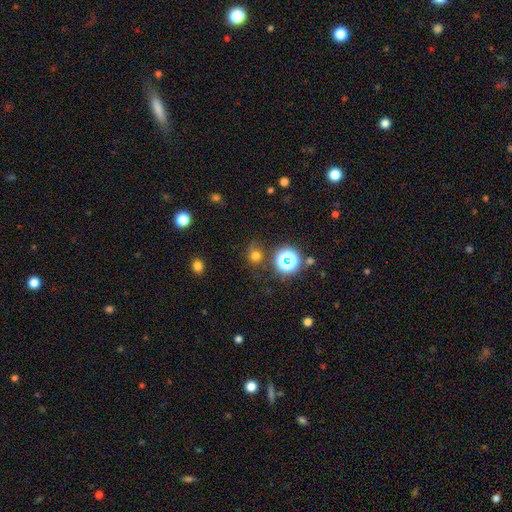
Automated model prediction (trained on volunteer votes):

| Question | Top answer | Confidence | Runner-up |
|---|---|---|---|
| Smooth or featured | smooth | 65% | star or artifact (27%) |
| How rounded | round | 84% | in between (15%) |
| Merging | none | 71% | minor disturbance (17%) |